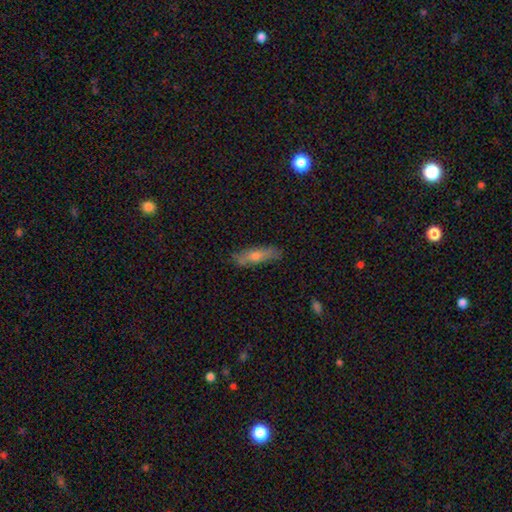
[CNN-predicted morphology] smooth 56%, featured or disk 36%, star or artifact 8%. Down the decision tree: how rounded — cigar-shaped (70%); merging — none (82%).